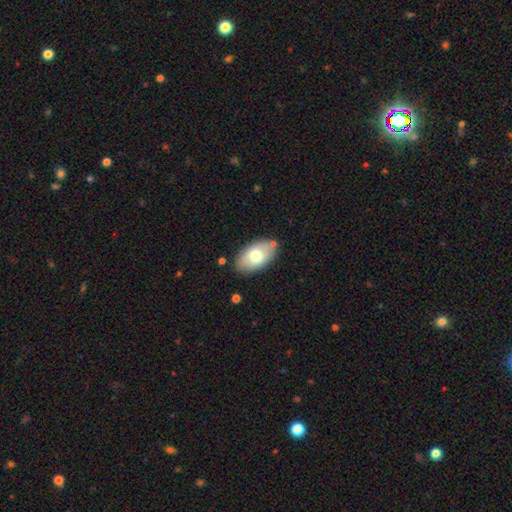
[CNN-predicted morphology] A smooth galaxy with no disk features (68%) that is in between round and cigar-shaped (93%). Merging: none (81%).